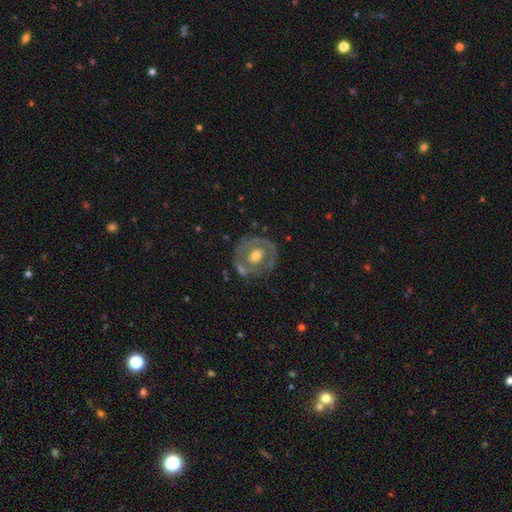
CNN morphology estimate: A featured or disk galaxy (65%) with no bar (72%), no spiral arms (64%) and a moderate central bulge (72%).

Vote fractions:
- Smooth or featured? featured or disk: 65% / smooth: 29% / star or artifact: 5%
- Edge-on disk? no: 96% / yes: 4%
- Bar? no: 72% / weak: 21% / strong: 7%
- Spiral arms? no: 64% / yes: 36%
- Bulge size? moderate: 72% / small: 15% / large: 11% / none: 1% / dominant: 1%
- Merging? none: 69% / minor disturbance: 18% / major disturbance: 9% / merger: 4%